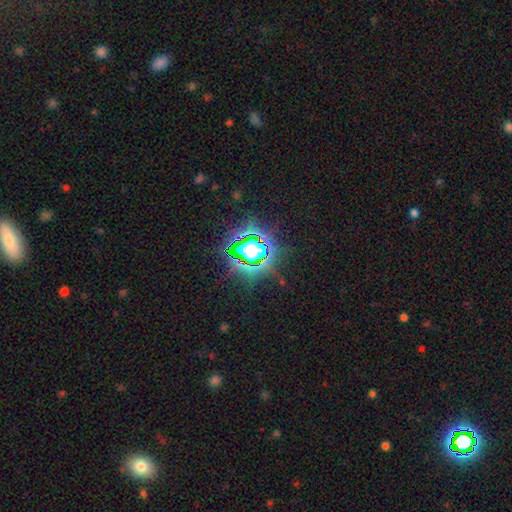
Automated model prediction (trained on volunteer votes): Smooth or featured?
  - star or artifact: 75% *
  - smooth: 15%
  - featured or disk: 10%